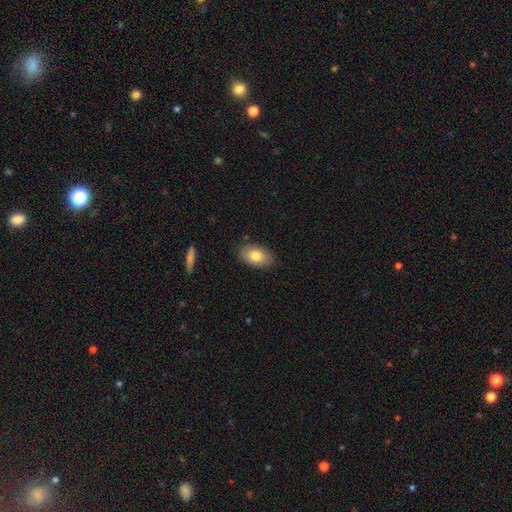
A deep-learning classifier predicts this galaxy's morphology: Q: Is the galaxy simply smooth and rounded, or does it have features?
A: smooth — 79%.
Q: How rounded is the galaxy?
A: in between — 92%.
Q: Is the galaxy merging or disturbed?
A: none — 85%.